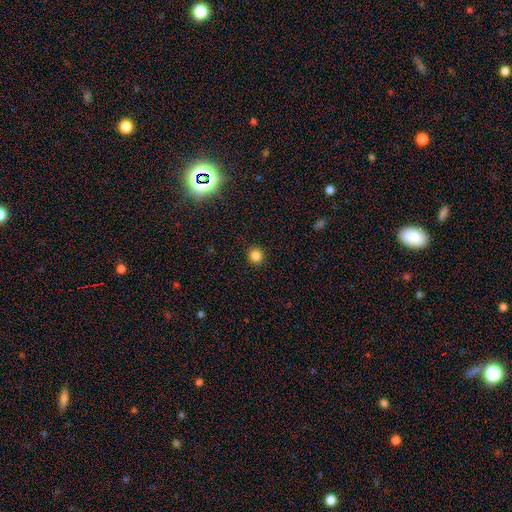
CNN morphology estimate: type=smooth (83%); roundness=round (91%); merging=none (92%).